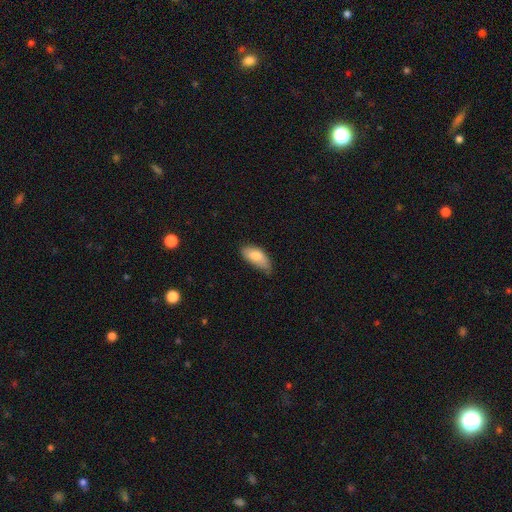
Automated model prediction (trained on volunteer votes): Smooth or featured? smooth (81%)
How rounded? in between (90%)
Merging? none (49%)